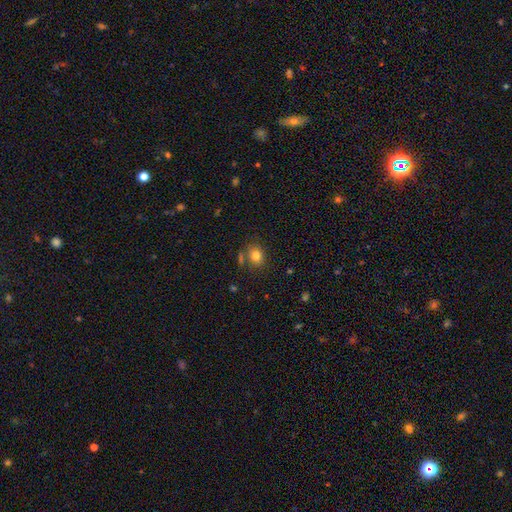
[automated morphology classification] smooth-or-featured: smooth: 80% | star or artifact: 12% | featured or disk: 8%
  how-rounded: round: 55% | in between: 44% | cigar-shaped: 1%
  merging: none: 71% | minor disturbance: 14% | merger: 10% | major disturbance: 5%